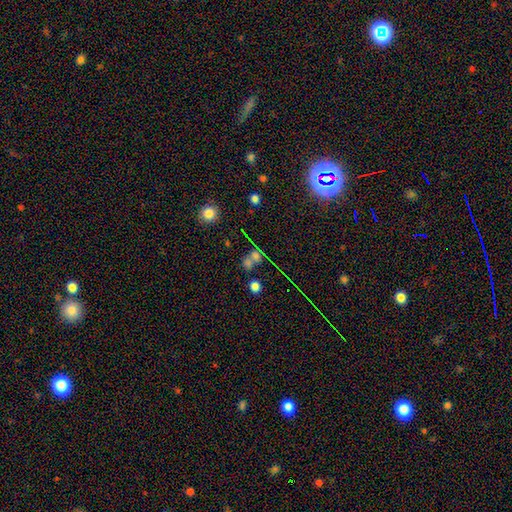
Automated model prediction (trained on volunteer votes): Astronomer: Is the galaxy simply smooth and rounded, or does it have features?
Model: smooth — 51% (runner-up: star or artifact, 32%).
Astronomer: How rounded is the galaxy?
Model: round — 64%.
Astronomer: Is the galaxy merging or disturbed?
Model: none — 43% (runner-up: merger, 39%).